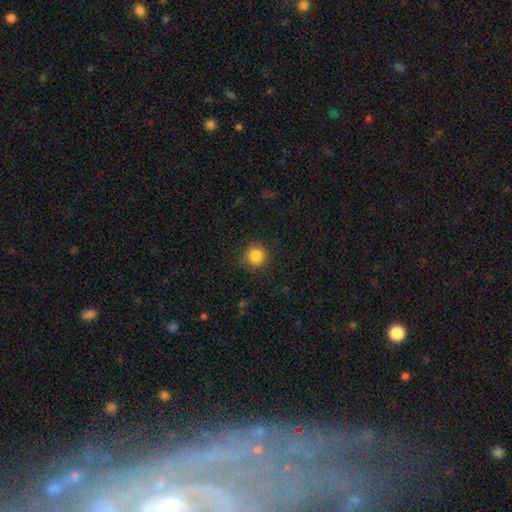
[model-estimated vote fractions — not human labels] Smooth or featured? Predicted: smooth (p=0.85). How rounded? Predicted: round (p=0.94). Merging? Predicted: none (p=0.87).